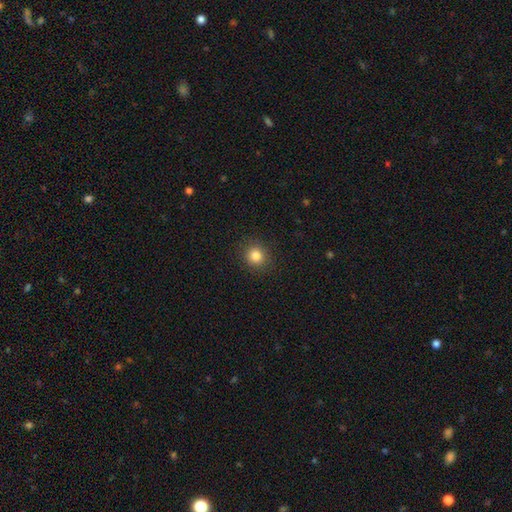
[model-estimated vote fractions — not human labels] Overall: smooth (83%). How rounded: round (86%). Merging: none (90%).